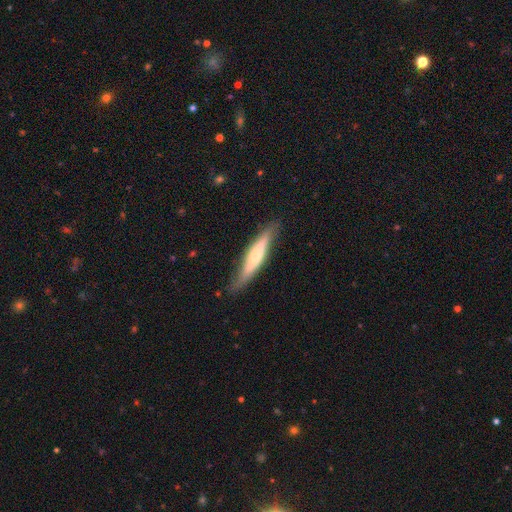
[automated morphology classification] Q: Smooth or featured?
A: featured or disk (48%); runner-up: smooth (46%)
Q: Merging?
A: none (81%); runner-up: minor disturbance (15%)